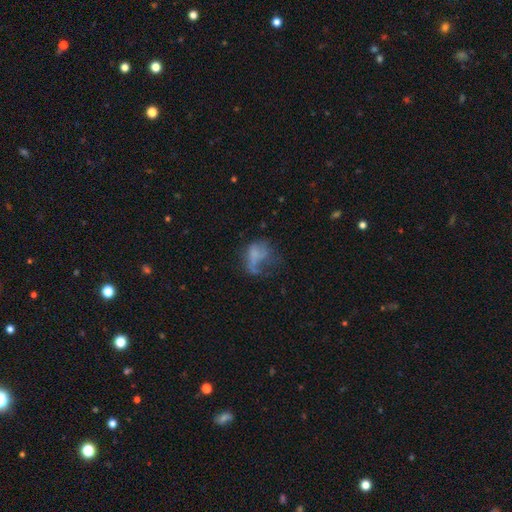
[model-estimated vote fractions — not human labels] A smooth galaxy with no disk features (45%). Merging: major disturbance (51%).